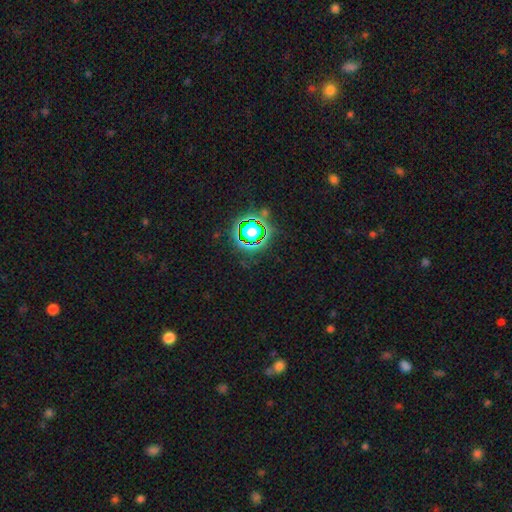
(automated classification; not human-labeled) Smooth or featured? star or artifact (75%)